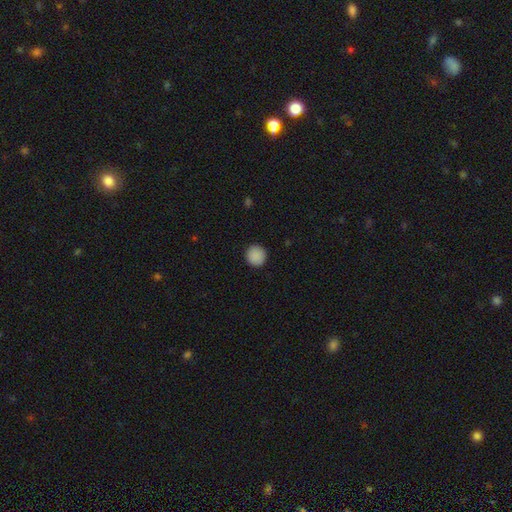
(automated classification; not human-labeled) This is clearly a smooth galaxy (89%). How rounded: clearly round (94%). Merging: clearly none (92%).